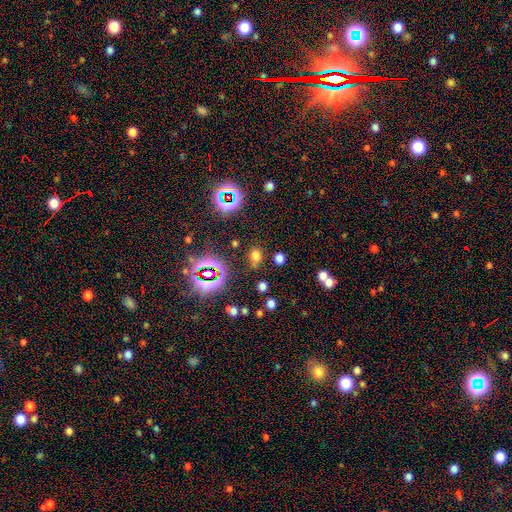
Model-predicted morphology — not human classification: type=smooth (59%); roundness=round (54%); merging=none (73%).